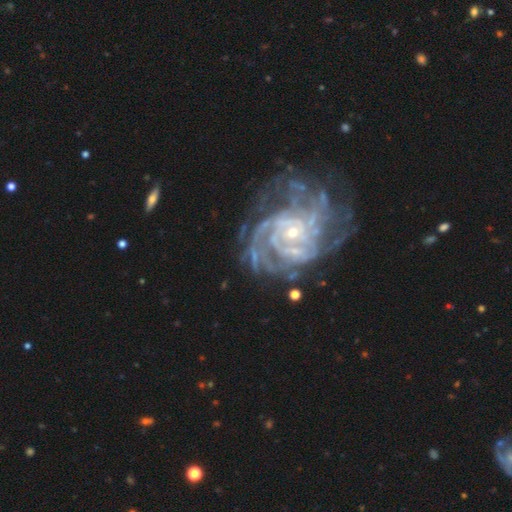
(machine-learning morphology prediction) Smooth or featured? Predicted: featured or disk (p=0.87). Edge-on disk? Predicted: no (p=0.97). Bar? Predicted: no (p=0.67). Spiral arms? Predicted: yes (p=0.93). Spiral winding? Predicted: tight (p=0.65). Spiral arm count? Predicted: can't tell (p=0.34). Bulge size? Predicted: small (p=0.67). Merging? Predicted: none (p=0.48).